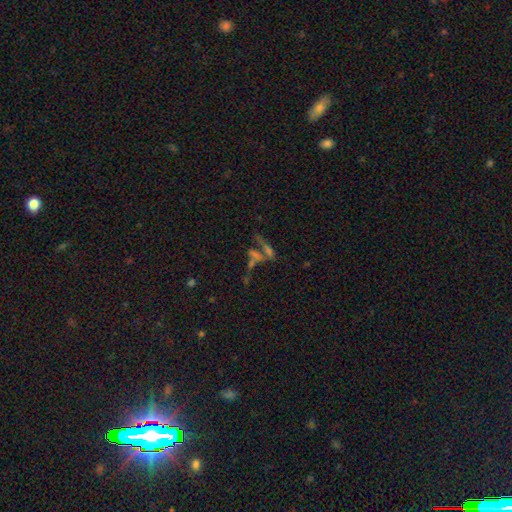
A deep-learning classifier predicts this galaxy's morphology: Q: Smooth or featured?
A: star or artifact (38%); runner-up: featured or disk (32%)